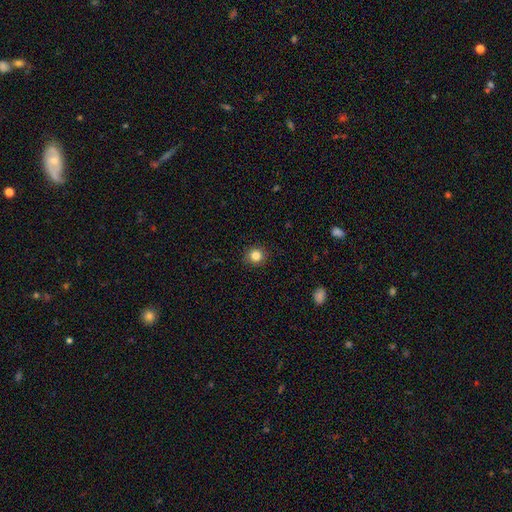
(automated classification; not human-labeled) This is clearly a smooth galaxy (83%). How rounded: clearly round (89%). Merging: clearly none (91%).